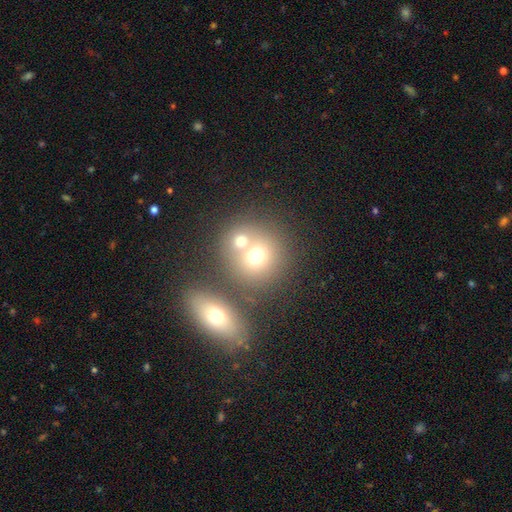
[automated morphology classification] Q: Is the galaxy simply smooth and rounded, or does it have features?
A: smooth — 69%.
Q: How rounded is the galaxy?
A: round — 80%.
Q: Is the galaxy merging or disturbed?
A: merger — 52%.